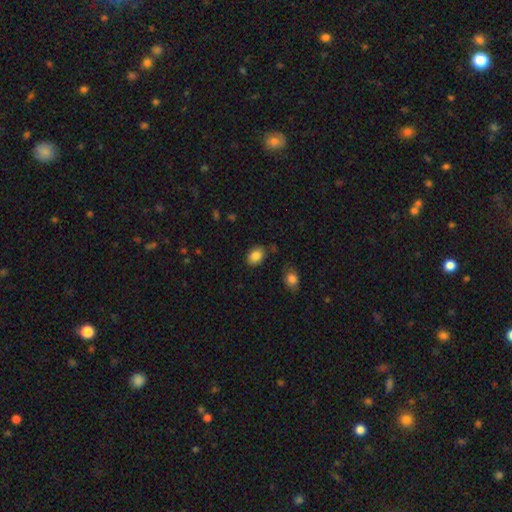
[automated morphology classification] smooth 86%, star or artifact 9%, featured or disk 5%. Down the decision tree: how rounded — in between (74%); merging — none (81%).